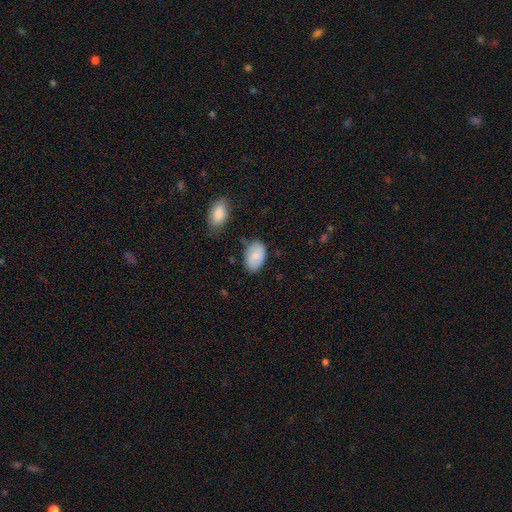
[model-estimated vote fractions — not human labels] A smooth galaxy with no disk features (78%) that is in between round and cigar-shaped (91%). Merging: none (72%).